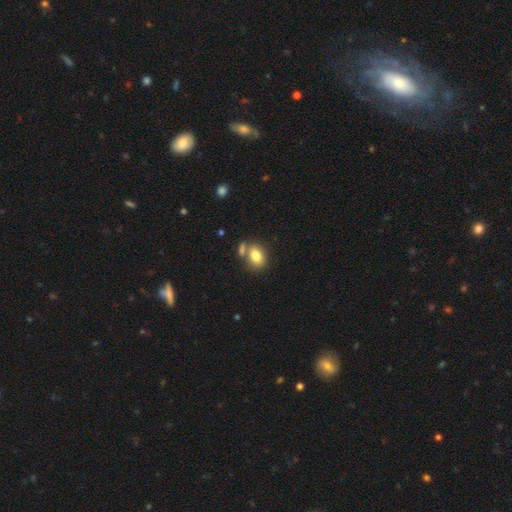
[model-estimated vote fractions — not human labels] Morphology: type=smooth (79%); roundness=in between (74%); merging=none (57%).